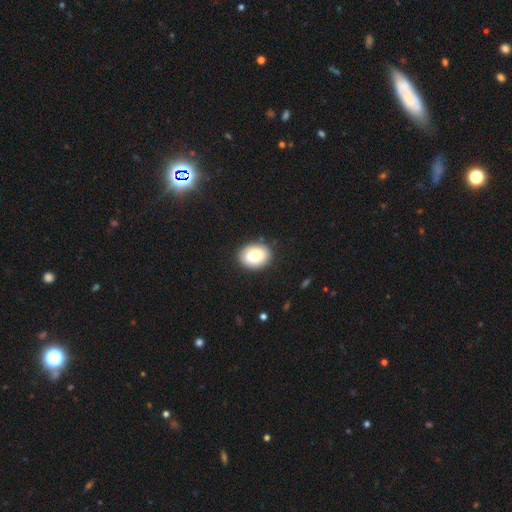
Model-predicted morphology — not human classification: smooth_or_featured: smooth (p=0.83) [alt: featured or disk p=0.09]
how_rounded: in between (p=0.68) [alt: round p=0.31]
merging: none (p=0.85) [alt: minor disturbance p=0.11]